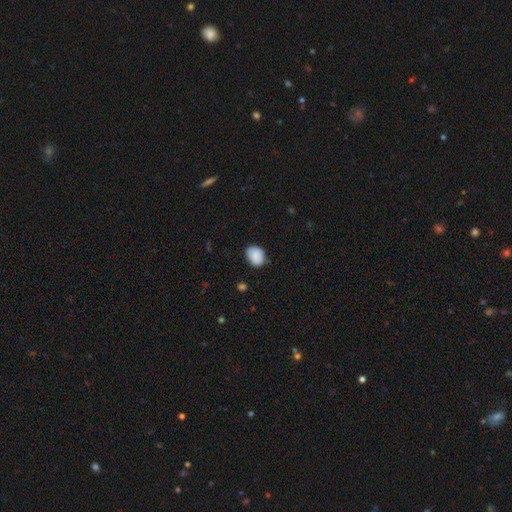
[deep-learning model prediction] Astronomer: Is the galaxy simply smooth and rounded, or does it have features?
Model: smooth — 87%.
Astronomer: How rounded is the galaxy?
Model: in between — 55% (runner-up: round, 44%).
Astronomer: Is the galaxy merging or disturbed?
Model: none — 79%.